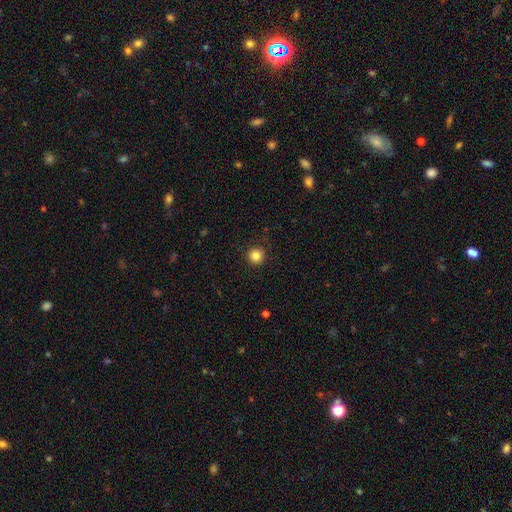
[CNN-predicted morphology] Overall: smooth (85%). How rounded: round (96%). Merging: none (91%).